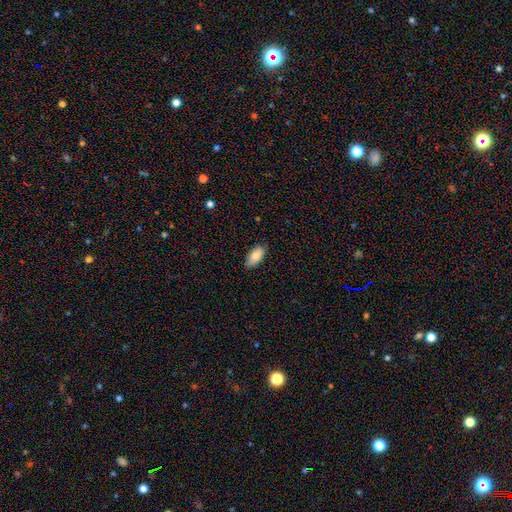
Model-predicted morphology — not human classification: The model was most divided on "merging": none: 83%, minor disturbance: 14%, major disturbance: 2%, merger: 1%. More confident: how rounded — in between (92%); smooth or featured — smooth (83%).